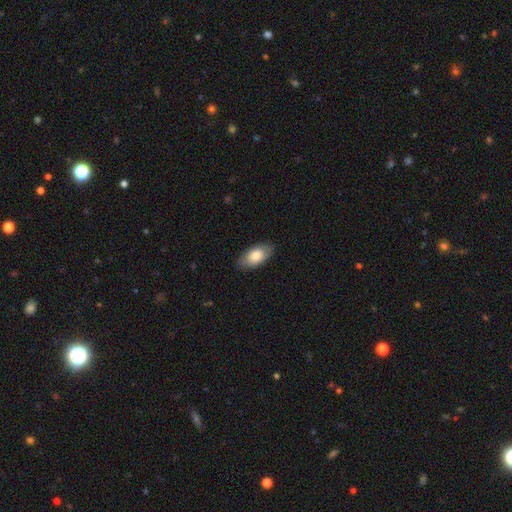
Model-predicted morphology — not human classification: Q: Smooth or featured?
A: smooth (77%); runner-up: featured or disk (17%)
Q: How rounded?
A: in between (93%); runner-up: round (4%)
Q: Merging?
A: none (84%); runner-up: minor disturbance (12%)